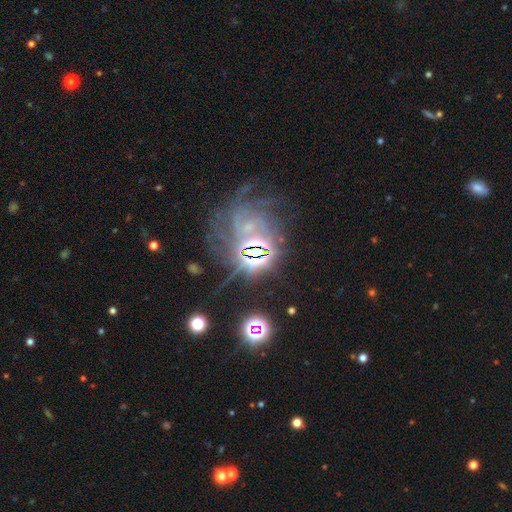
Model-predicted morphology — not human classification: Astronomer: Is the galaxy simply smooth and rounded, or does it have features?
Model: featured or disk — 47% (runner-up: star or artifact, 41%).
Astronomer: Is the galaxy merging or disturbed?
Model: none — 55%.